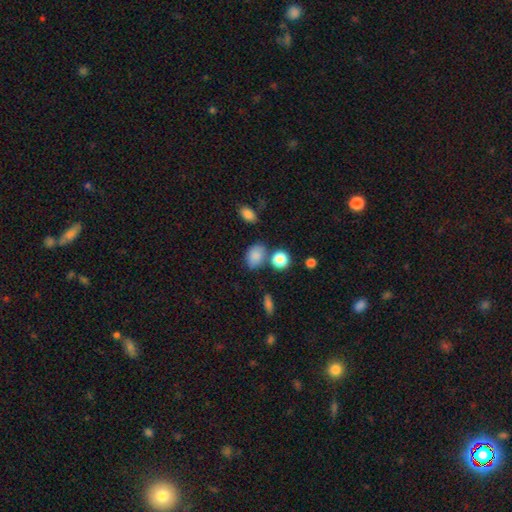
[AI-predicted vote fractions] Q: Smooth or featured?
A: smooth (84%); runner-up: star or artifact (10%)
Q: How rounded?
A: in between (68%); runner-up: round (31%)
Q: Merging?
A: none (65%); runner-up: minor disturbance (17%)